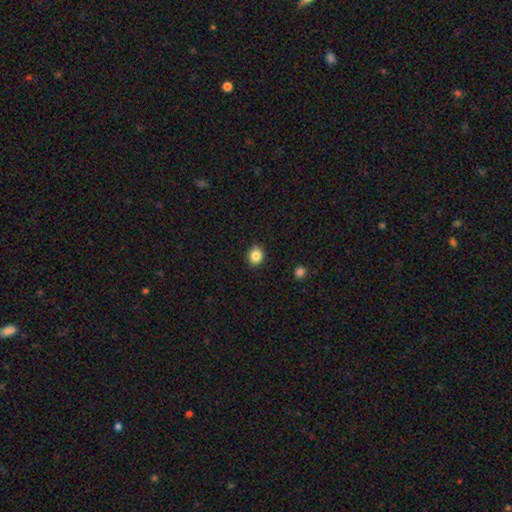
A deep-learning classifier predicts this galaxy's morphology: smooth-or-featured: smooth: 85% | star or artifact: 10% | featured or disk: 4%
  how-rounded: round: 77% | in between: 22% | cigar-shaped: 1%
  merging: none: 90% | minor disturbance: 7% | major disturbance: 2% | merger: 1%